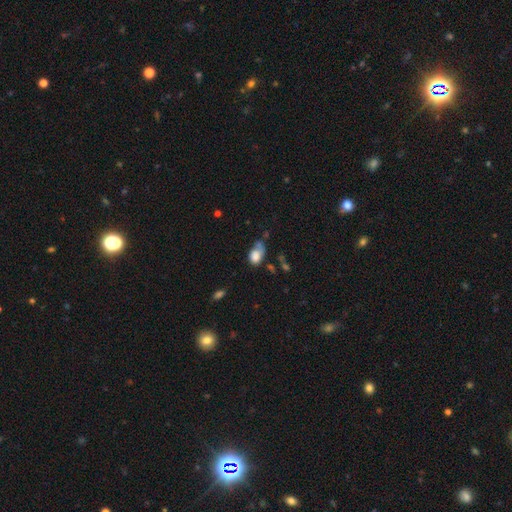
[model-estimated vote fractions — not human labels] Smooth or featured?
  - smooth: 75% *
  - featured or disk: 15%
  - star or artifact: 10%
How rounded?
  - in between: 74% *
  - round: 24%
  - cigar-shaped: 2%
Merging?
  - none: 30% *
  - minor disturbance: 29%
  - major disturbance: 24%
  - merger: 17%